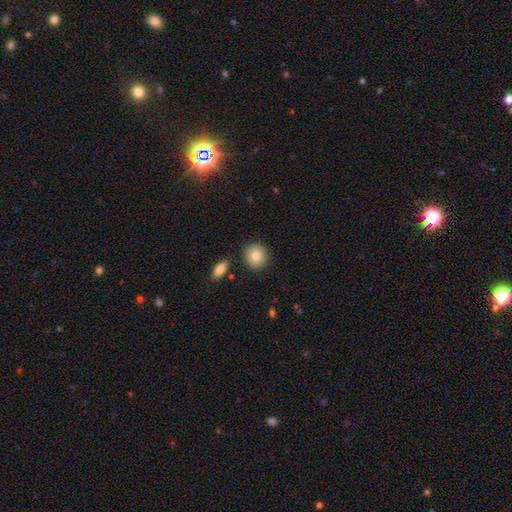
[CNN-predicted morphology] type=smooth (81%); roundness=round (84%); merging=none (86%).